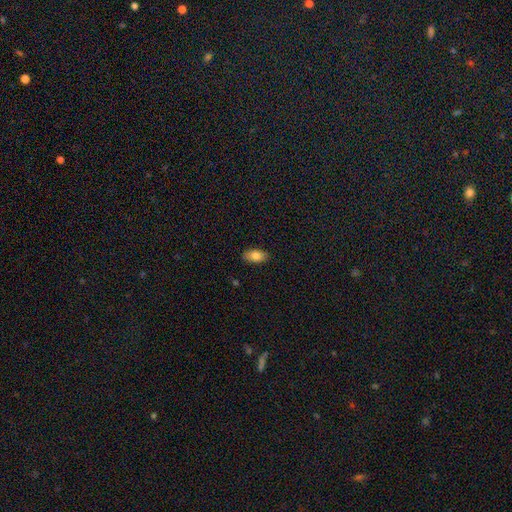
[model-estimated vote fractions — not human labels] smooth 80%, featured or disk 13%, star or artifact 7%. Down the decision tree: how rounded — in between (93%); merging — none (87%).